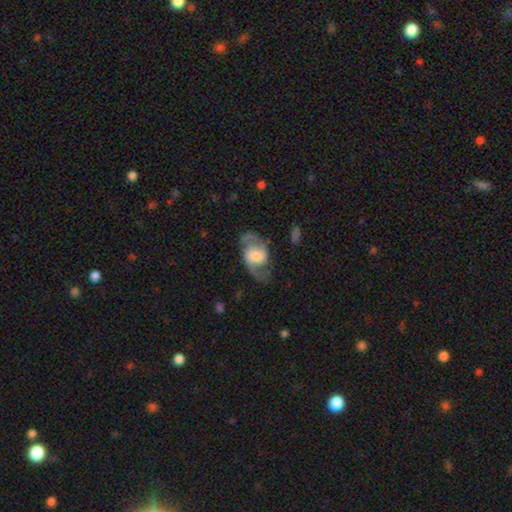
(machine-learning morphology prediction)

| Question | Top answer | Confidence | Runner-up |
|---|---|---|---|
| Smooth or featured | featured or disk | 78% | smooth (16%) |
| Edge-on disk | no | 96% | yes (4%) |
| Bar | no | 44% | weak (43%) |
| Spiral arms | yes | 91% | no (9%) |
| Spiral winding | medium | 52% | loose (32%) |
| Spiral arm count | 2 | 90% | can't tell (4%) |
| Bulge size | large | 34% | tied: moderate (34%) |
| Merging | none | 71% | minor disturbance (16%) |